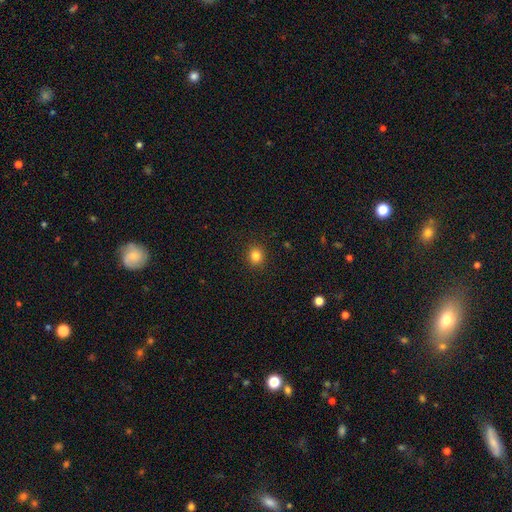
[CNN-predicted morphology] Smooth or featured? Predicted: smooth (p=0.83). How rounded? Predicted: round (p=0.85). Merging? Predicted: none (p=0.91).